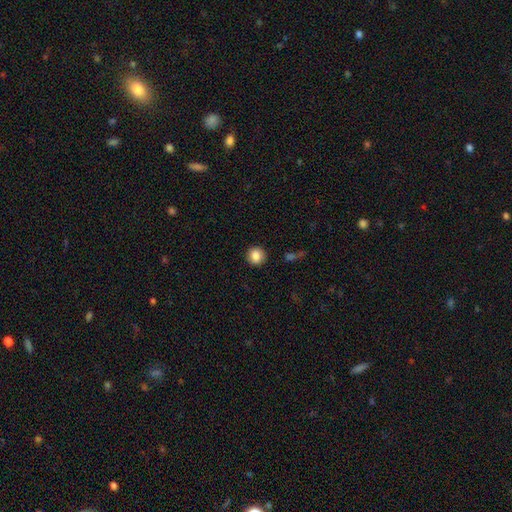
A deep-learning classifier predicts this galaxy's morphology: A smooth galaxy with no disk features (86%) that is round (91%). Merging: none (91%).